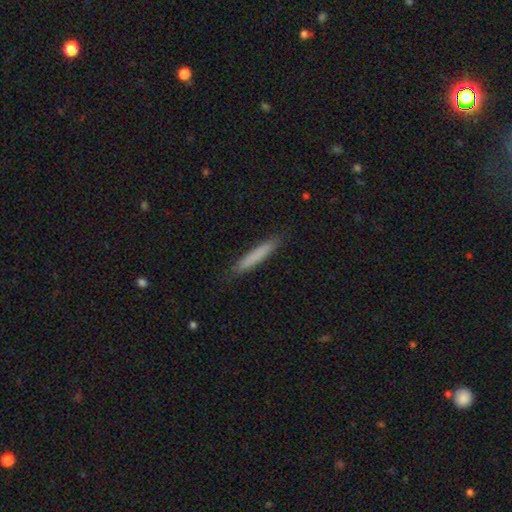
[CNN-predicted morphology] Smooth or featured? Predicted: smooth (p=0.78). How rounded? Predicted: cigar-shaped (p=0.95). Merging? Predicted: none (p=0.88).